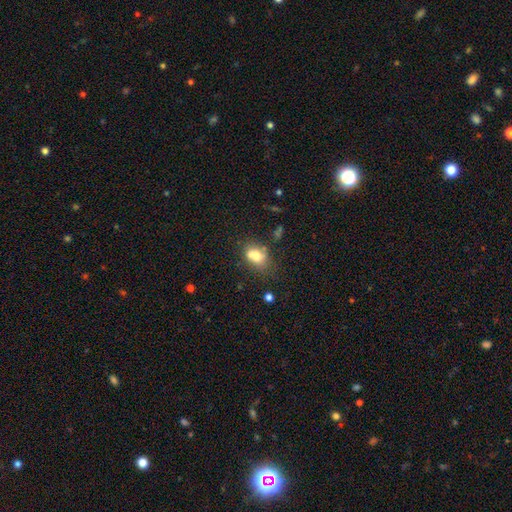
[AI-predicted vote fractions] Overall: smooth (68%). How rounded: in between (58%; round 40%). Merging: none (40%; merger 37%).